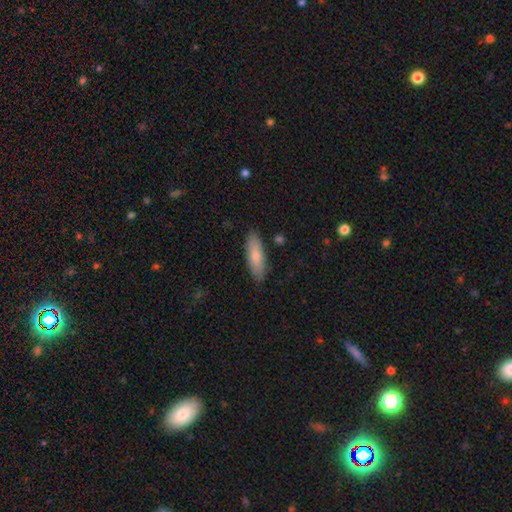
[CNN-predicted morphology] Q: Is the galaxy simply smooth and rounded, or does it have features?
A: smooth — 79%.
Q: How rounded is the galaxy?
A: in between — 54%.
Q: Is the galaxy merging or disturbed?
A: none — 85%.